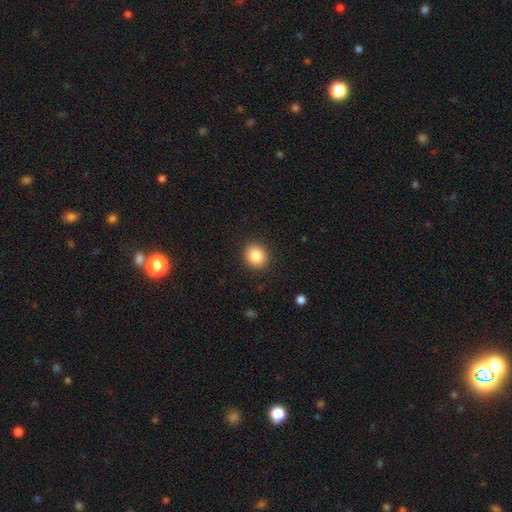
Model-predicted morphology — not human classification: Smooth or featured: smooth — 85% (star or artifact — 9%)
How rounded: round — 78% (in between — 22%)
Merging: none — 90% (minor disturbance — 6%)